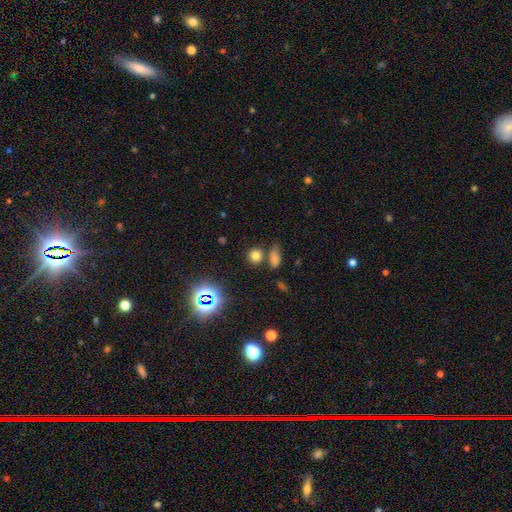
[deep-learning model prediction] Overall: smooth (72%). How rounded: round (77%). Merging: none (73%).